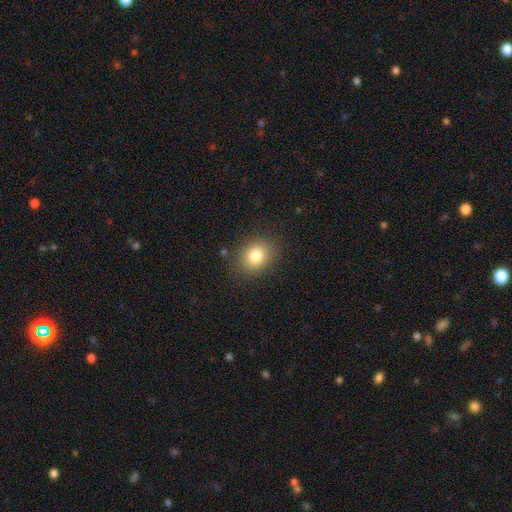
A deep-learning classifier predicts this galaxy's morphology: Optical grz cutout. It shows a smooth galaxy with no disk features (81%) that is round (55%). Merging: none (86%).